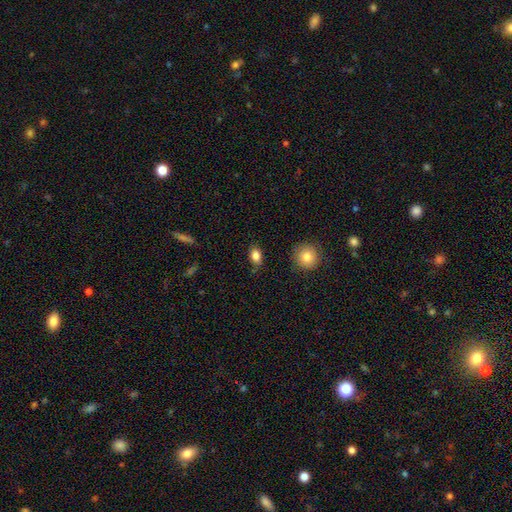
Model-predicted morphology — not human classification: Overall: smooth (85%). How rounded: in between (78%). Merging: none (80%).